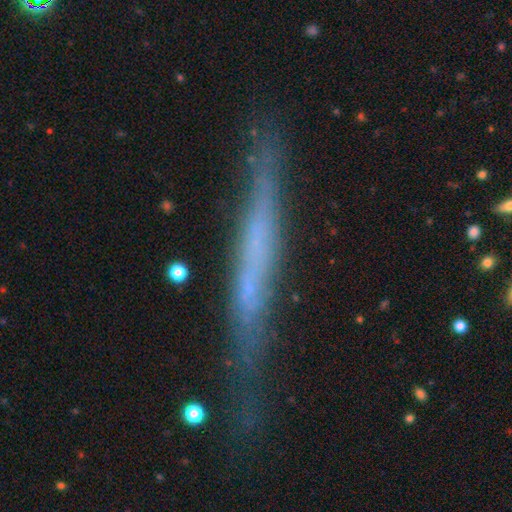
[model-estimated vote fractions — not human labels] smooth-or-featured: featured or disk: 59% | smooth: 30% | star or artifact: 11%
  disk-edge-on: yes: 90% | no: 10%
    edge-on-bulge: none: 83% | rounded: 9% | boxy: 8%
  merging: none: 72% | minor disturbance: 20% | major disturbance: 5% | merger: 3%